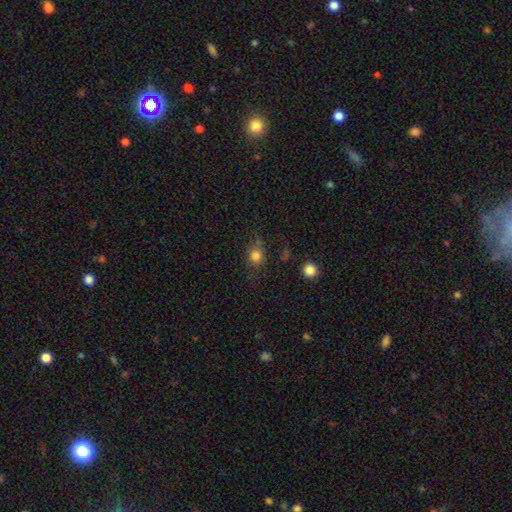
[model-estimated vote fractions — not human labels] The model was most divided on "how rounded": round: 73%, in between: 26%, cigar-shaped: 1%. More confident: smooth or featured — smooth (80%); merging — none (70%).